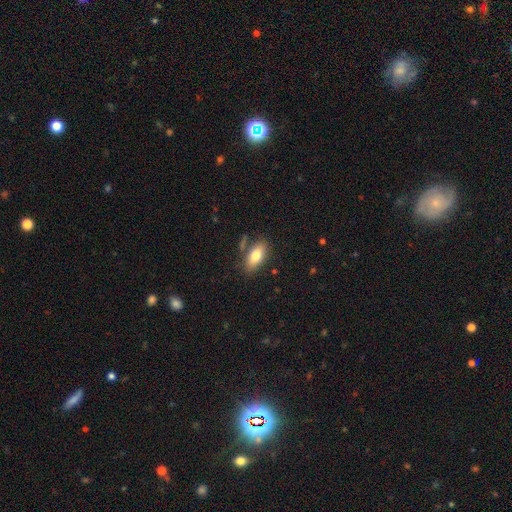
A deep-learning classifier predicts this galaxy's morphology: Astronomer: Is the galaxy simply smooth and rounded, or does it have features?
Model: smooth — 77%.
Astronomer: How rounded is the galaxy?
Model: in between — 86%.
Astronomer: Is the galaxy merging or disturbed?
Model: none — 74%.